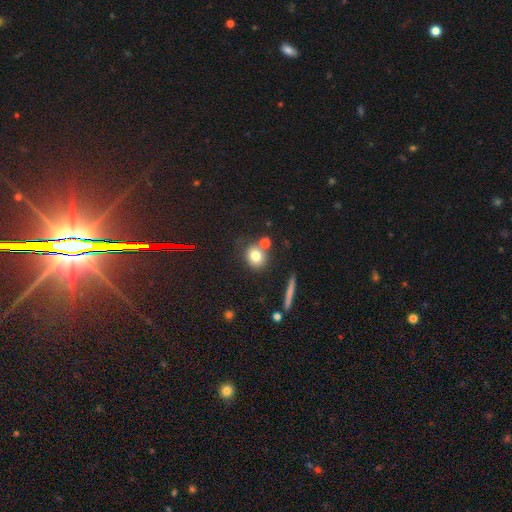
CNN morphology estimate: Overall: smooth (76%). How rounded: round (80%). Merging: none (69%).